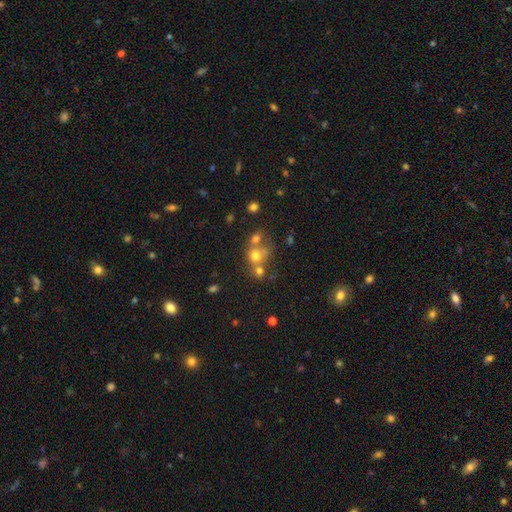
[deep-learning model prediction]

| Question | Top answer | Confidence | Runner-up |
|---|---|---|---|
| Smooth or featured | smooth | 65% | featured or disk (18%) |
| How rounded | round | 77% | in between (22%) |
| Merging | merger | 46% | none (38%) |